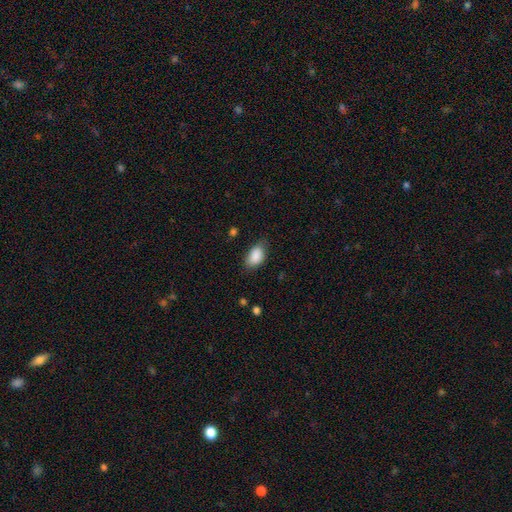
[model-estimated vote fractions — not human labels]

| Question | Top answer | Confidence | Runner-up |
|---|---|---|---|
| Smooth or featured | smooth | 89% | star or artifact (7%) |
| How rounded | in between | 91% | round (7%) |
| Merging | none | 74% | minor disturbance (20%) |